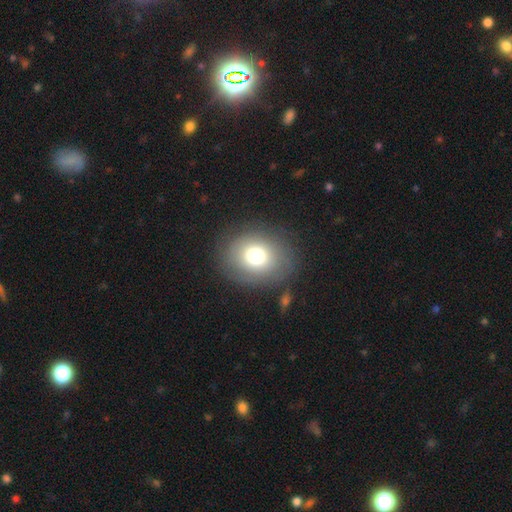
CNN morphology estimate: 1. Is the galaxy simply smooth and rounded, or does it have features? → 74% smooth, 15% featured or disk, 11% star or artifact.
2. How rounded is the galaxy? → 62% round, 37% in between, 1% cigar-shaped.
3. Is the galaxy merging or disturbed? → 80% none, 12% minor disturbance, 6% major disturbance, 2% merger.